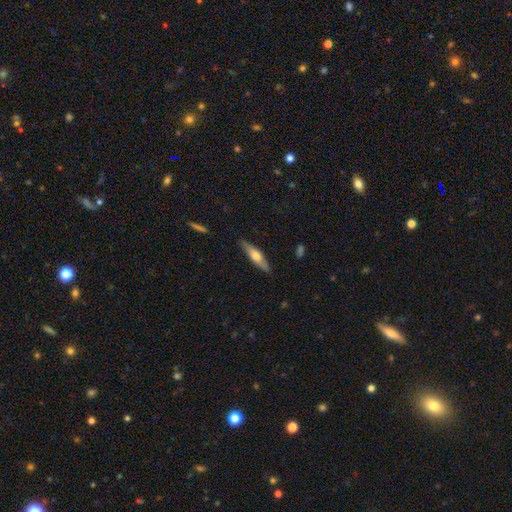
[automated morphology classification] A featured or disk galaxy (48%).

Vote fractions:
- Smooth or featured? featured or disk: 48% / smooth: 47% / star or artifact: 6%
- Merging? none: 85% / minor disturbance: 11% / major disturbance: 2% / merger: 1%